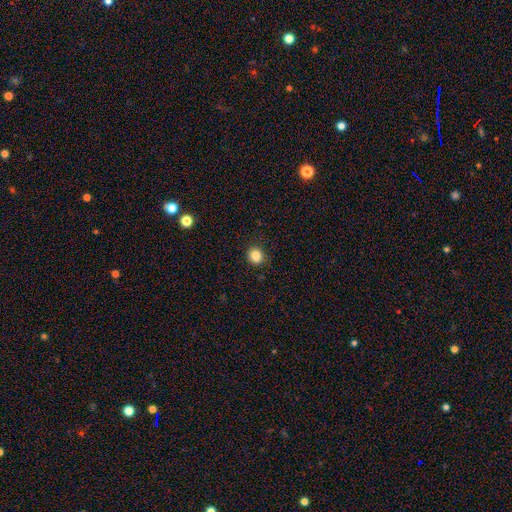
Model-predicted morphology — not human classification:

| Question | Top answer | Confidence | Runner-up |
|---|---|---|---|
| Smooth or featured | smooth | 84% | star or artifact (11%) |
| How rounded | round | 77% | in between (22%) |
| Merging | none | 85% | minor disturbance (11%) |